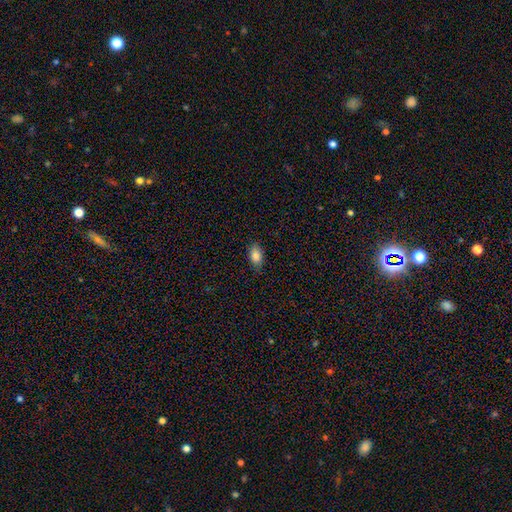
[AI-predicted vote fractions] Overall: smooth (85%). How rounded: in between (90%). Merging: none (81%).